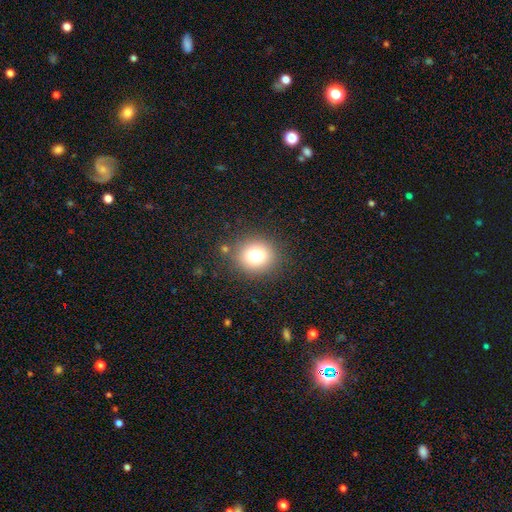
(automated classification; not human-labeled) Smooth or featured? smooth (76%)
How rounded? round (82%)
Merging? none (85%)